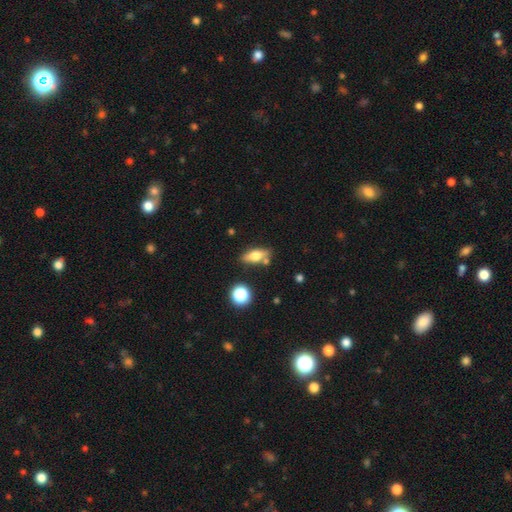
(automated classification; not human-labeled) Smooth or featured: smooth — 60% (featured or disk — 31%)
How rounded: in between — 67% (cigar-shaped — 26%)
Merging: none — 73% (minor disturbance — 14%)